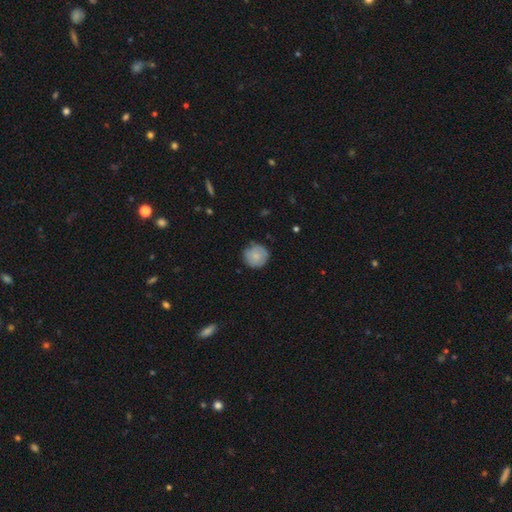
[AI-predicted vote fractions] A smooth galaxy with no disk features (77%) that is round (93%).

Vote fractions:
- Smooth or featured? smooth: 77% / featured or disk: 16% / star or artifact: 7%
- How rounded? round: 93% / in between: 6% / cigar-shaped: 1%
- Merging? none: 80% / minor disturbance: 16% / major disturbance: 3% / merger: 1%